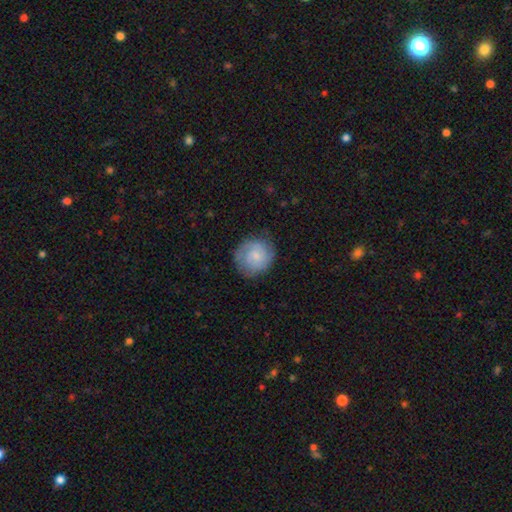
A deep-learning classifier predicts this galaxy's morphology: type=smooth (50%); roundness=round (86%); merging=none (77%).